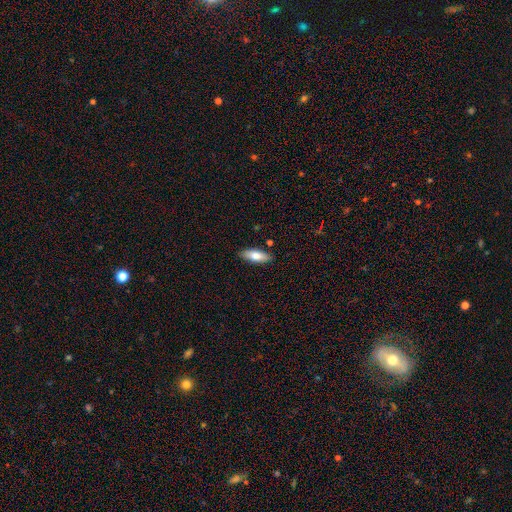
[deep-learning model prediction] Morphology: type=smooth (76%); roundness=in between (75%); merging=none (87%).